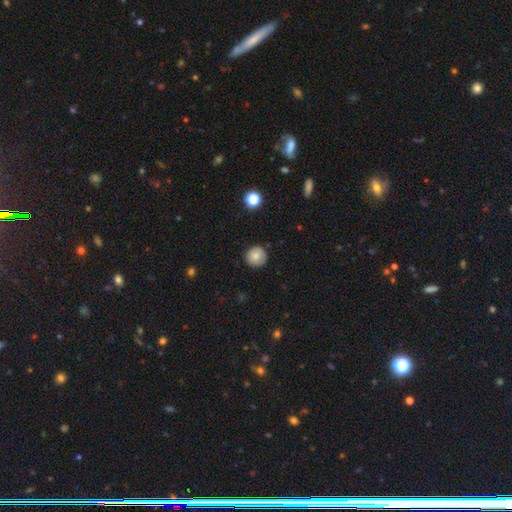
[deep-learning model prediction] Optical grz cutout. It shows a smooth galaxy with no disk features (81%) that is round (94%). Merging: none (89%).